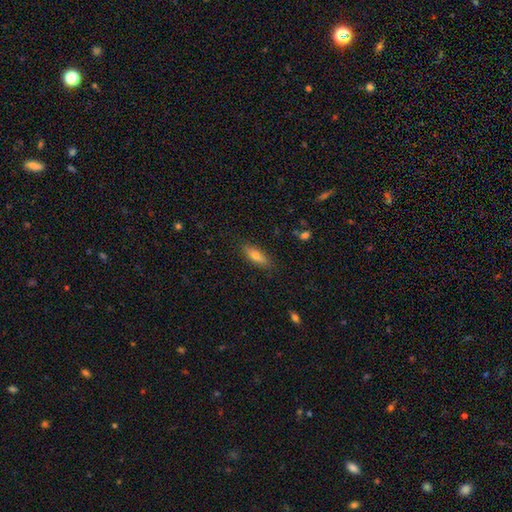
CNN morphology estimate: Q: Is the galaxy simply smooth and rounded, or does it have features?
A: smooth — 71%.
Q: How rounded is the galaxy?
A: in between — 53%.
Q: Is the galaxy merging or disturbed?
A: none — 86%.